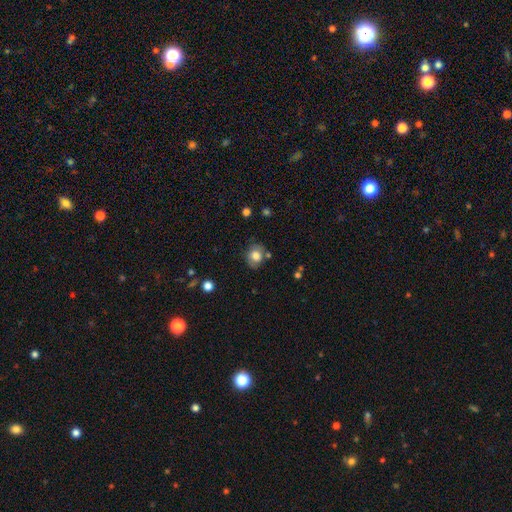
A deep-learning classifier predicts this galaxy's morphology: A smooth galaxy with no disk features (76%) that is round (65%). Merging: none (73%).